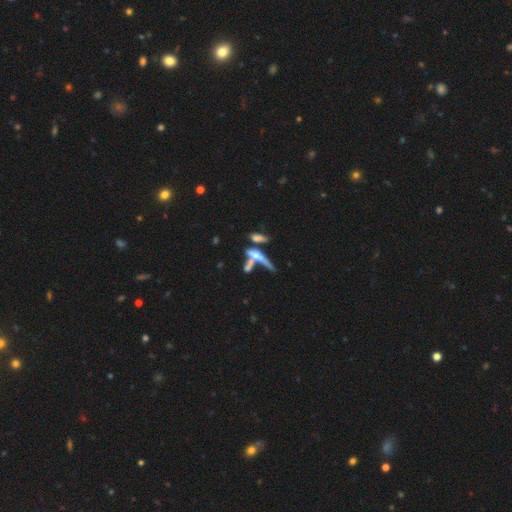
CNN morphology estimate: Smooth or featured?
  - featured or disk: 49% *
  - smooth: 39%
  - star or artifact: 12%
Merging?
  - merger: 47% *
  - none: 32%
  - minor disturbance: 11%
  - major disturbance: 10%